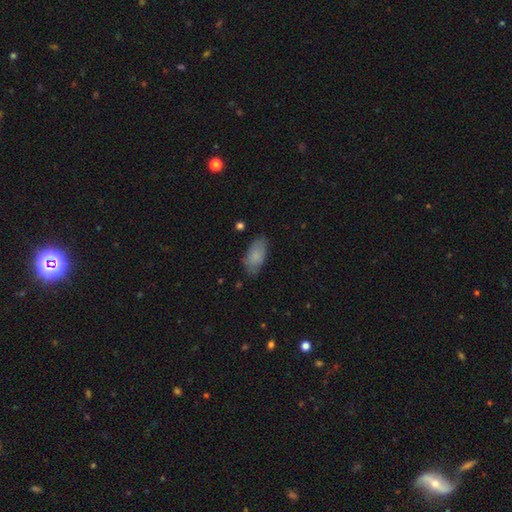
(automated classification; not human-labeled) A smooth galaxy with no disk features (81%) that is in between round and cigar-shaped (92%). Merging: none (74%).